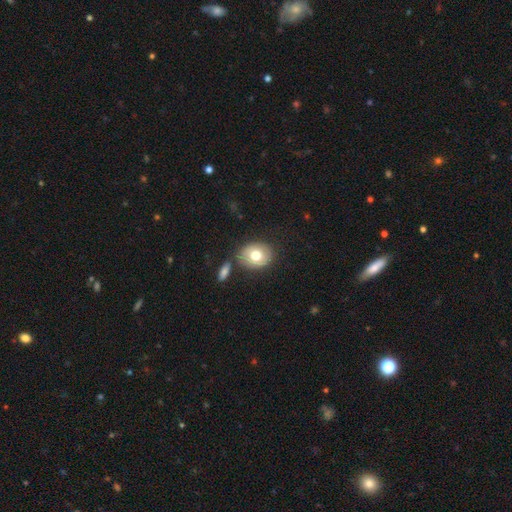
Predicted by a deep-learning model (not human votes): This appears to be a smooth galaxy with no disk features (74%) that is in between round and cigar-shaped (52%). Merging: none (72%).